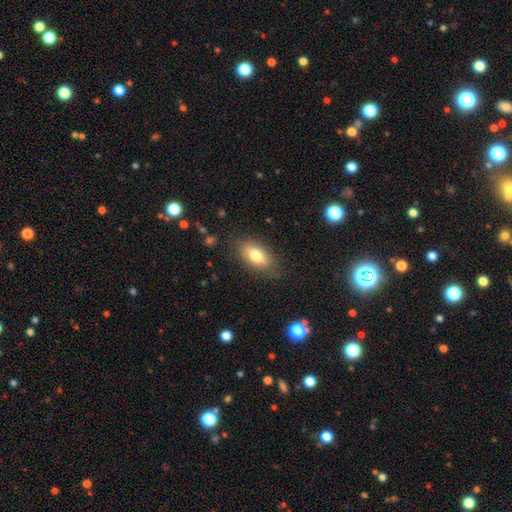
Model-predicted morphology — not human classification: smooth-or-featured: smooth: 76% | featured or disk: 16% | star or artifact: 7%
  how-rounded: in between: 87% | cigar-shaped: 7% | round: 5%
  merging: none: 81% | minor disturbance: 14% | major disturbance: 4% | merger: 1%